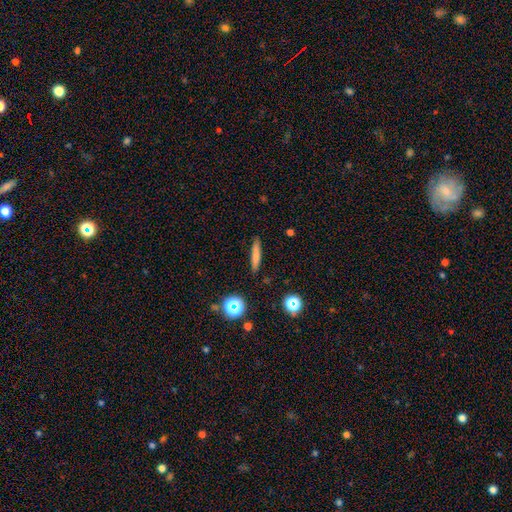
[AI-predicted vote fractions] Smooth or featured: smooth — 73% (featured or disk — 16%)
How rounded: cigar-shaped — 90% (in between — 7%)
Merging: none — 88% (minor disturbance — 8%)